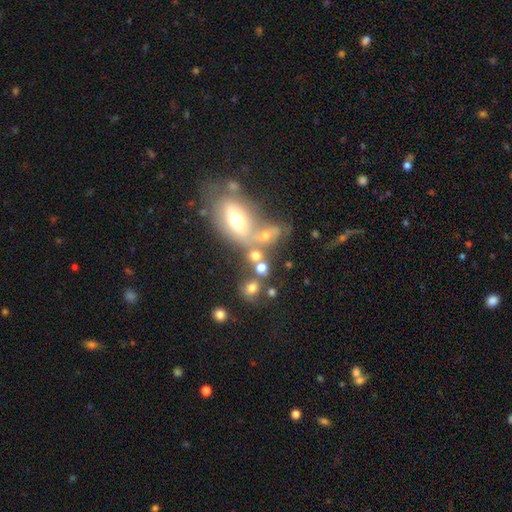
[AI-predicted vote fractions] The model was most divided on "how rounded": round: 49%, in between: 46%, cigar-shaped: 5%. Remaining: smooth or featured — smooth (63%); merging — merger (46%).